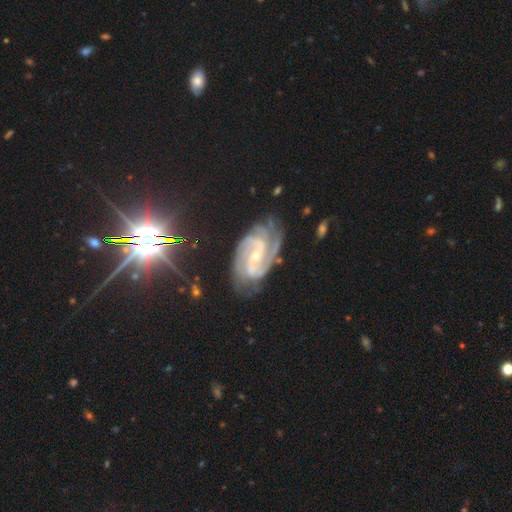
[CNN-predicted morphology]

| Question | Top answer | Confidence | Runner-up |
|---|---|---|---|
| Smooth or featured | featured or disk | 90% | star or artifact (6%) |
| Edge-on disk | no | 97% | yes (3%) |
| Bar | weak | 43% | no (33%) |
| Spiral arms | yes | 98% | no (2%) |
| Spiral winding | tight | 49% | medium (43%) |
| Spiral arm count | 2 | 53% | 3 (20%) |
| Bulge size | small | 67% | moderate (29%) |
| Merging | none | 71% | minor disturbance (20%) |